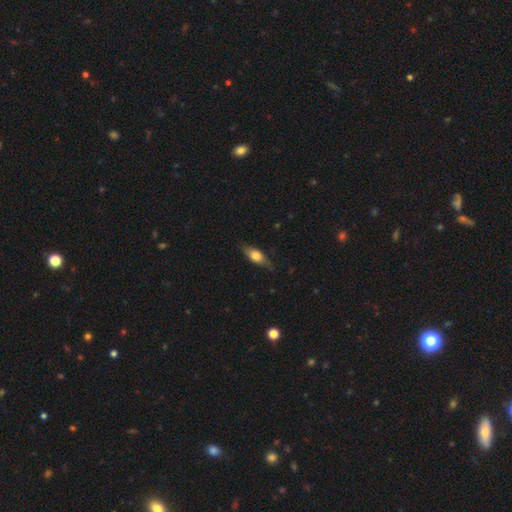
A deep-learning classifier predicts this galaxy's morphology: Overall: smooth (57%; featured or disk 36%). How rounded: in between (68%). Merging: none (75%).